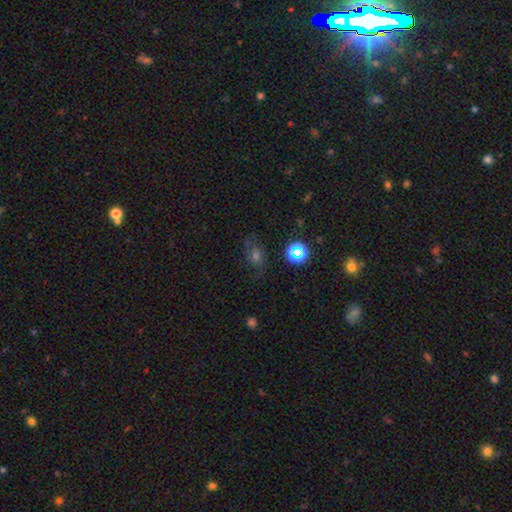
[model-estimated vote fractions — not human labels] smooth 46%, star or artifact 32%, featured or disk 22%. Down the decision tree: merging — none (64%).